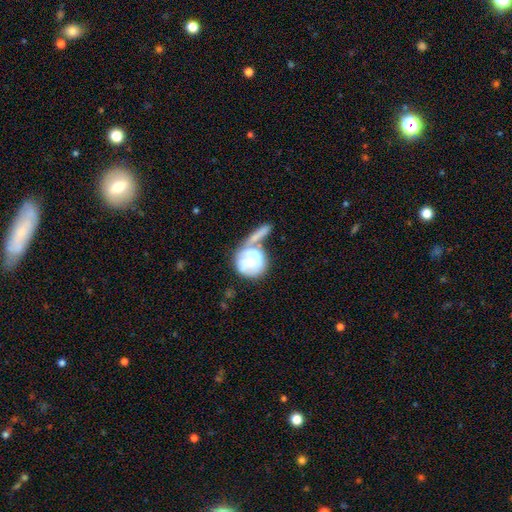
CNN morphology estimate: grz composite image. It shows a featured or disk galaxy (47%). Merging: merger (43%).